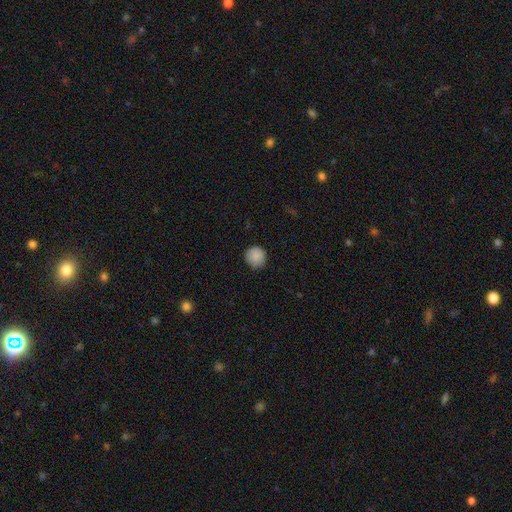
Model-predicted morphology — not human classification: Overall: smooth (88%). How rounded: round (93%). Merging: none (88%).